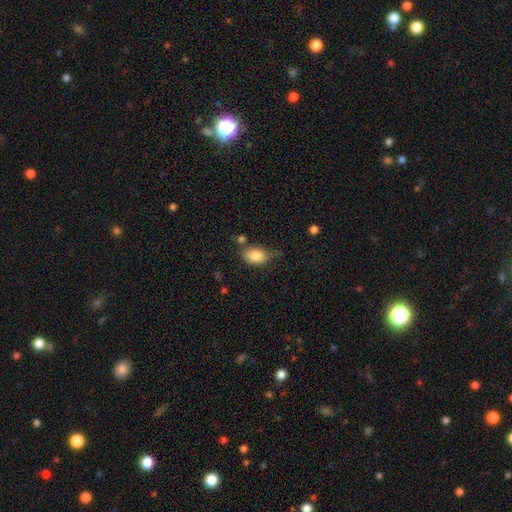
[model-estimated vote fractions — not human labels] smooth-or-featured: smooth: 83% | featured or disk: 9% | star or artifact: 8%
  how-rounded: in between: 81% | round: 17% | cigar-shaped: 2%
  merging: none: 48% | minor disturbance: 34% | major disturbance: 10% | merger: 8%